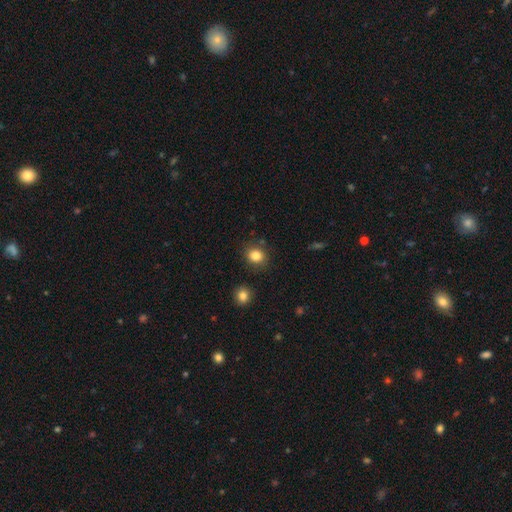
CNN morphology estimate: A smooth galaxy with no disk features (84%) that is round (67%).

Vote fractions:
- Smooth or featured? smooth: 84% / star or artifact: 10% / featured or disk: 6%
- How rounded? round: 67% / in between: 32% / cigar-shaped: 1%
- Merging? none: 84% / minor disturbance: 10% / merger: 3% / major disturbance: 3%